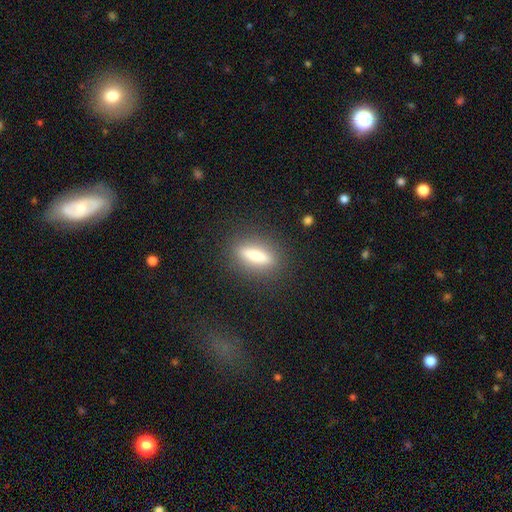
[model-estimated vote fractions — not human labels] Smooth or featured? Predicted: smooth (p=0.60). How rounded? Predicted: cigar-shaped (p=0.64). Merging? Predicted: none (p=0.87).